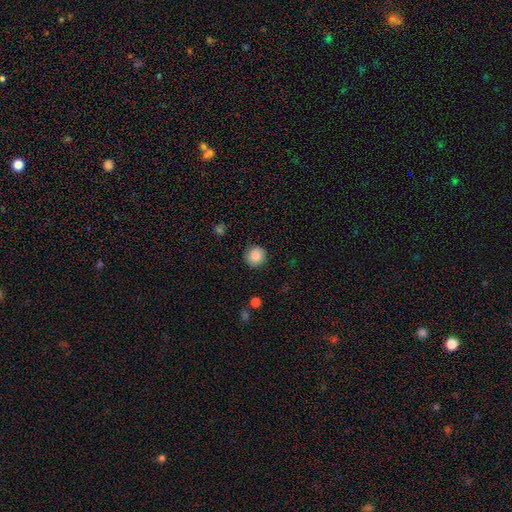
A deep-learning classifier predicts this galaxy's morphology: The model was most divided on "smooth or featured": smooth: 85%, star or artifact: 9%, featured or disk: 6%. More confident: how rounded — round (95%); merging — none (91%).